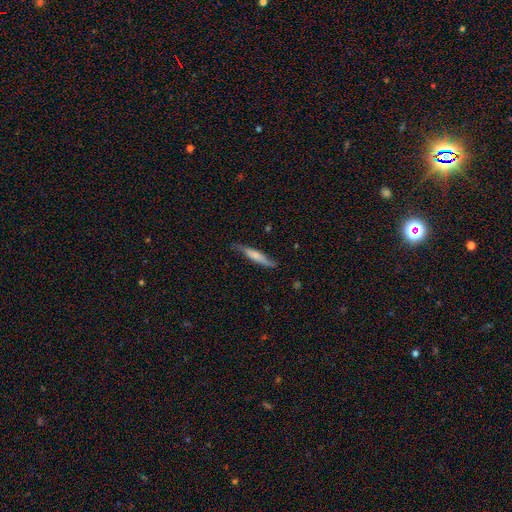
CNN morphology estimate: Overall: smooth (57%; featured or disk 38%). How rounded: cigar-shaped (88%). Merging: none (74%).